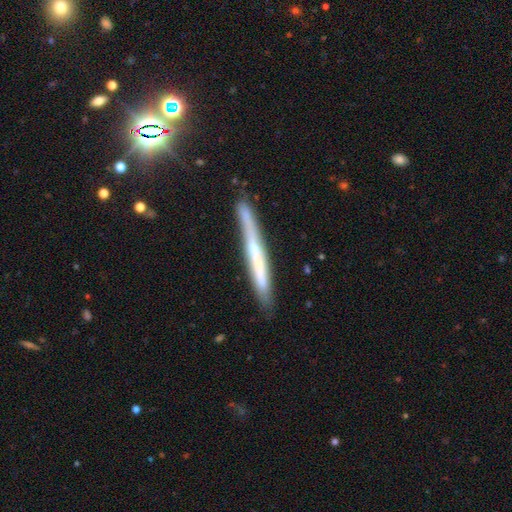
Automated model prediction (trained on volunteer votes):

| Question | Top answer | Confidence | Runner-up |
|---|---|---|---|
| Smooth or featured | featured or disk | 61% | smooth (31%) |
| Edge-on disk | yes | 94% | no (6%) |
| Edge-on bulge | none | 56% | rounded (39%) |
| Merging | none | 84% | minor disturbance (12%) |